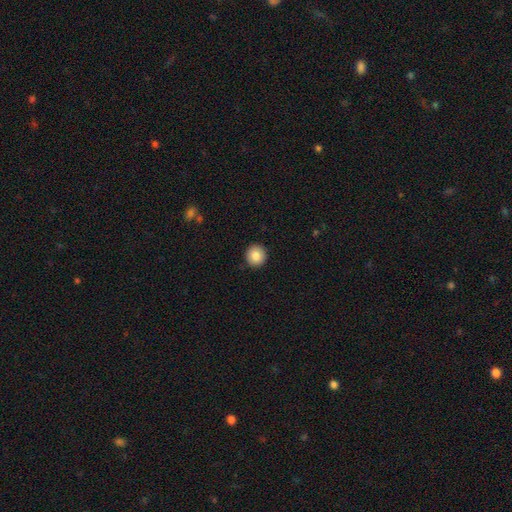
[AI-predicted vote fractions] Smooth or featured? smooth (84%)
How rounded? round (94%)
Merging? none (93%)